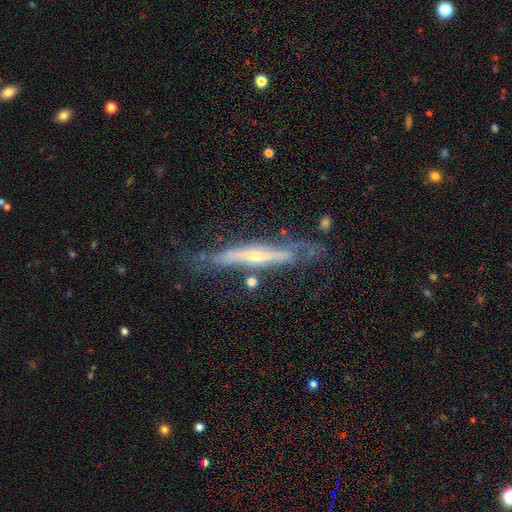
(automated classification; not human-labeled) featured or disk 78%, smooth 15%, star or artifact 6%. Down the decision tree: edge-on disk — yes (83%); edge-on bulge — rounded (72%); merging — none (66%).